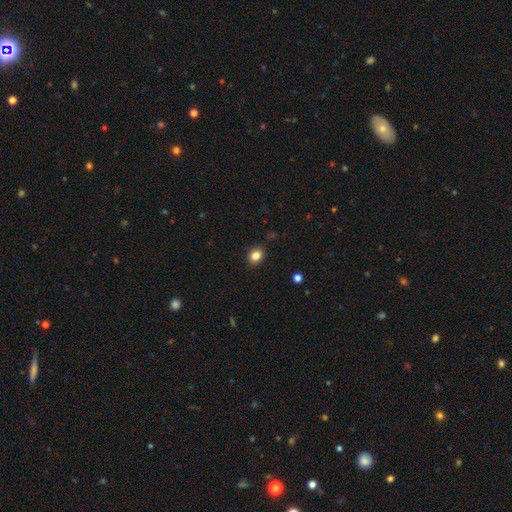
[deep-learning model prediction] smooth-or-featured: smooth: 84% | star or artifact: 11% | featured or disk: 5%
  how-rounded: round: 53% | in between: 46% | cigar-shaped: 1%
  merging: none: 88% | minor disturbance: 9% | major disturbance: 2% | merger: 1%